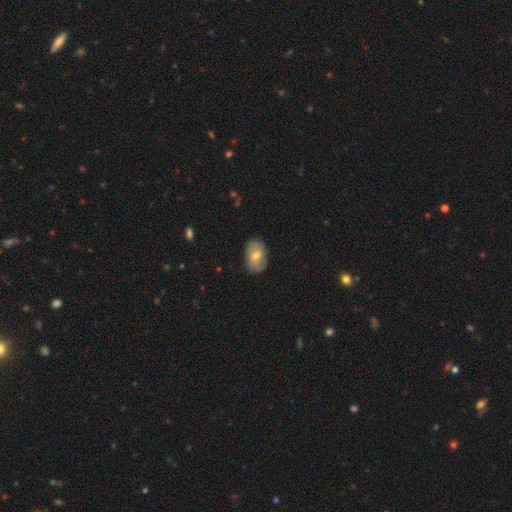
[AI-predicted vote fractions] smooth_or_featured: smooth (p=0.52) [alt: featured or disk p=0.39]
how_rounded: in between (p=0.84) [alt: round p=0.15]
merging: none (p=0.81) [alt: minor disturbance p=0.15]